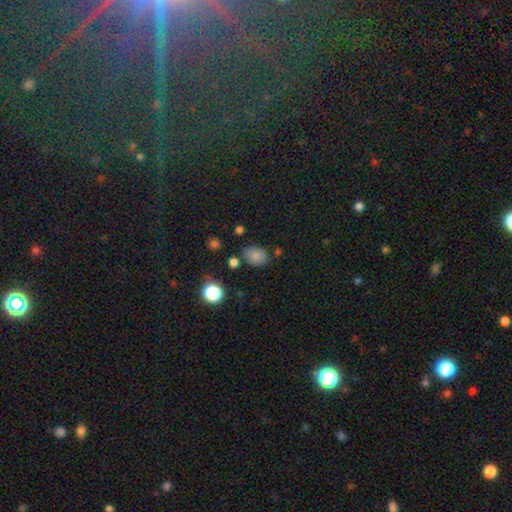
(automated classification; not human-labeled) A smooth galaxy with no disk features (81%) that is in between round and cigar-shaped (64%).

Vote fractions:
- Smooth or featured? smooth: 81% / star or artifact: 13% / featured or disk: 6%
- How rounded? in between: 64% / round: 35% / cigar-shaped: 1%
- Merging? none: 75% / minor disturbance: 16% / merger: 5% / major disturbance: 4%